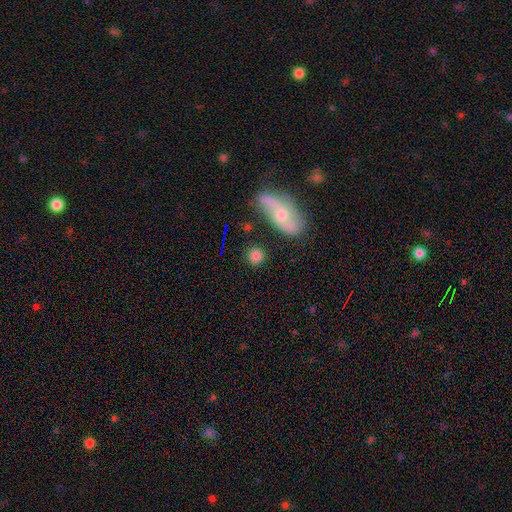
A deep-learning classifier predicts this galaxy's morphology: The model was most divided on "smooth or featured": smooth: 79%, star or artifact: 11%, featured or disk: 10%. More confident: how rounded — round (85%); merging — none (81%).